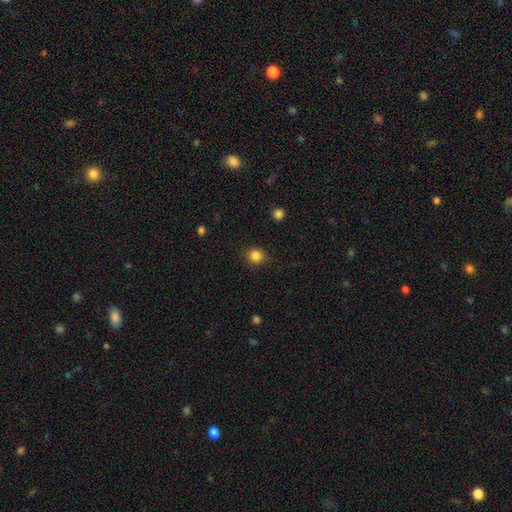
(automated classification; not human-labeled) Smooth or featured? smooth (85%)
How rounded? round (89%)
Merging? none (90%)